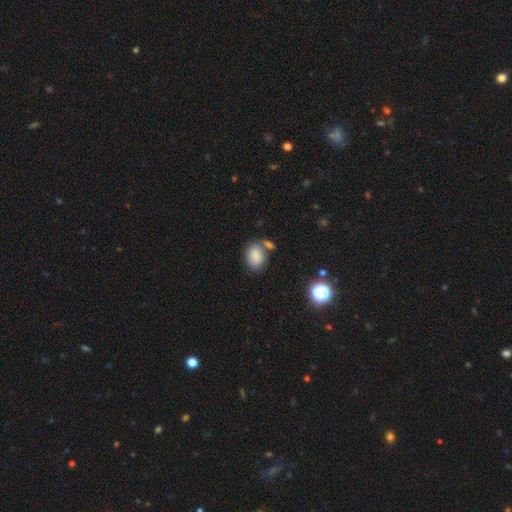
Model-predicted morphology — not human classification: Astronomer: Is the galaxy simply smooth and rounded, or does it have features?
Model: smooth — 85%.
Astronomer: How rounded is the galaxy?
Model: in between — 74%.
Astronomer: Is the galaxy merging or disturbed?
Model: none — 59%.